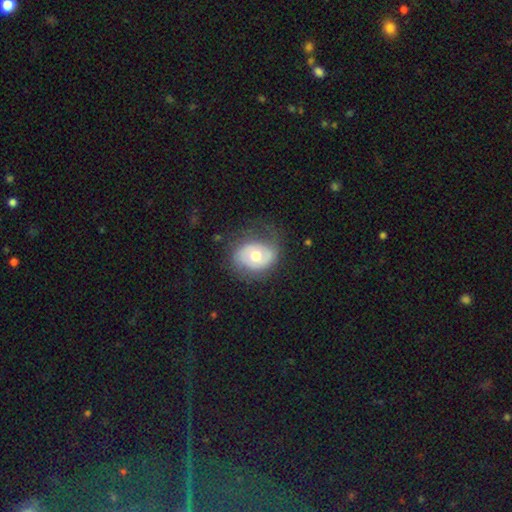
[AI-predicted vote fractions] Morphology: type=featured or disk (49%); merging=none (58%).